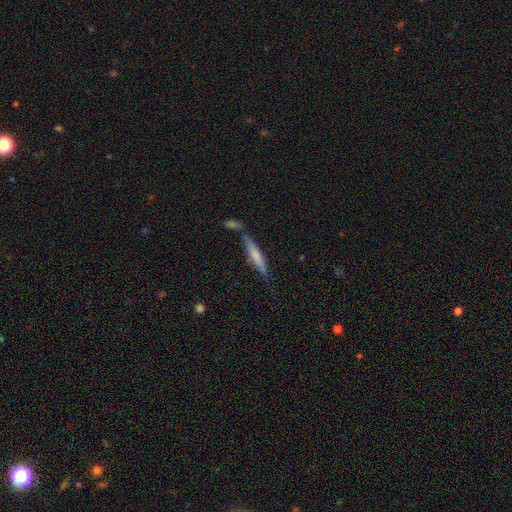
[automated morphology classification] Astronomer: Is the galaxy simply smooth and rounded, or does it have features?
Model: smooth — 56% (runner-up: featured or disk, 38%).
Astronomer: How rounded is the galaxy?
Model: cigar-shaped — 90%.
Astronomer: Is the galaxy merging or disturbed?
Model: none — 64%.